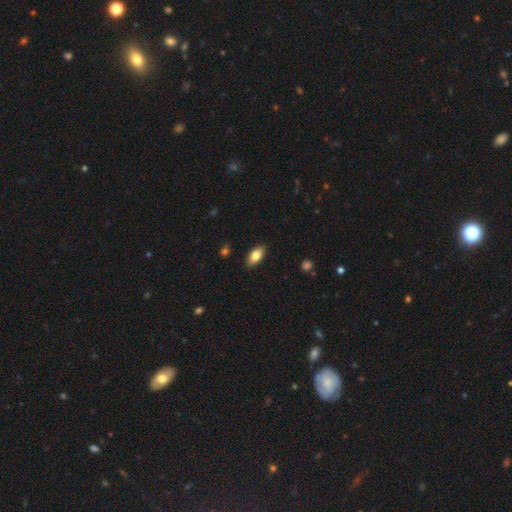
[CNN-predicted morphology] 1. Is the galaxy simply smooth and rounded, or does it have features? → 79% smooth, 14% featured or disk, 7% star or artifact.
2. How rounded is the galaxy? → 89% in between, 7% cigar-shaped, 3% round.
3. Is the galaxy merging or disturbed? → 88% none, 9% minor disturbance, 2% major disturbance, 1% merger.